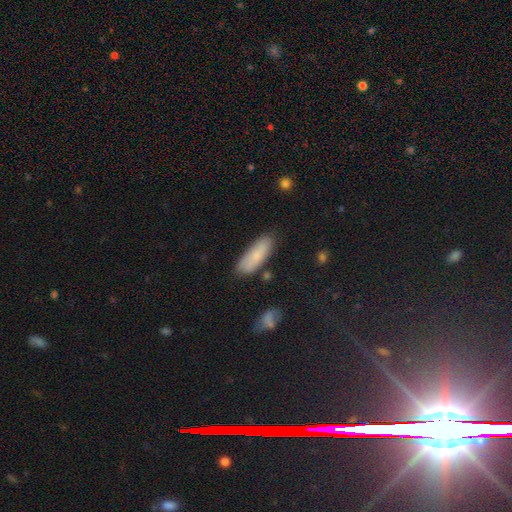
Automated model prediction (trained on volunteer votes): smooth 80%, featured or disk 13%, star or artifact 7%. Down the decision tree: how rounded — in between (62%); merging — none (78%).